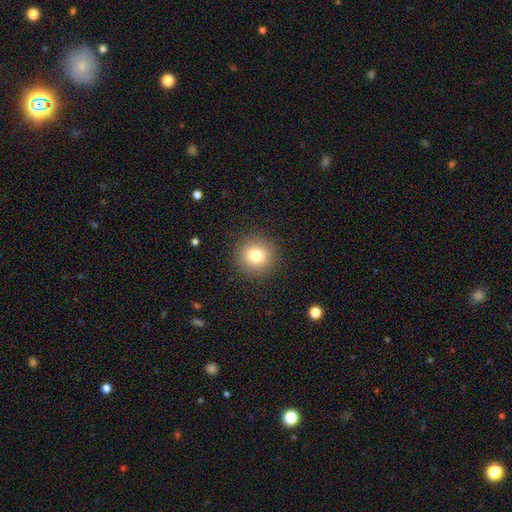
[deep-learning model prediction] Smooth or featured?
  - smooth: 81% *
  - star or artifact: 11%
  - featured or disk: 8%
How rounded?
  - round: 93% *
  - in between: 6%
  - cigar-shaped: 1%
Merging?
  - none: 90% *
  - minor disturbance: 6%
  - major disturbance: 2%
  - merger: 1%